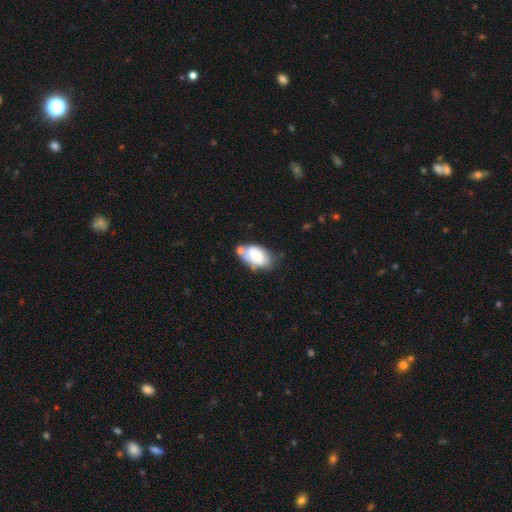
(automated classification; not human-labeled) smooth 67%, featured or disk 26%, star or artifact 7%. Down the decision tree: how rounded — in between (92%); merging — none (45%).